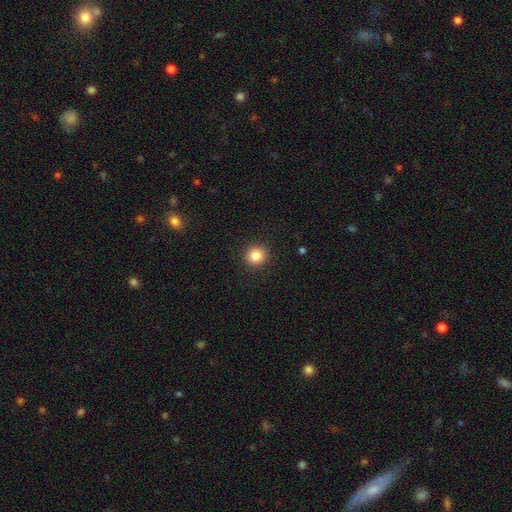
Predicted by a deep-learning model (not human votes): A smooth galaxy with no disk features (85%) that is round (89%).

Vote fractions:
- Smooth or featured? smooth: 85% / star or artifact: 10% / featured or disk: 4%
- How rounded? round: 89% / in between: 10% / cigar-shaped: 1%
- Merging? none: 91% / minor disturbance: 6% / major disturbance: 2% / merger: 1%